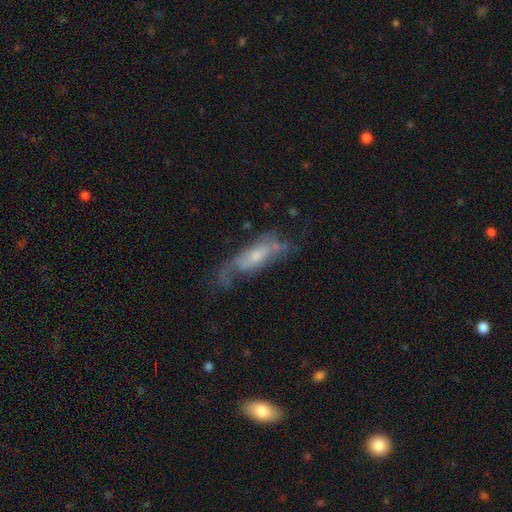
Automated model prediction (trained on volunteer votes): A featured or disk galaxy (63%).

Vote fractions:
- Smooth or featured? featured or disk: 63% / smooth: 29% / star or artifact: 8%
- Edge-on disk? no: 77% / yes: 23%
- Merging? none: 41% / major disturbance: 30% / minor disturbance: 25% / merger: 5%